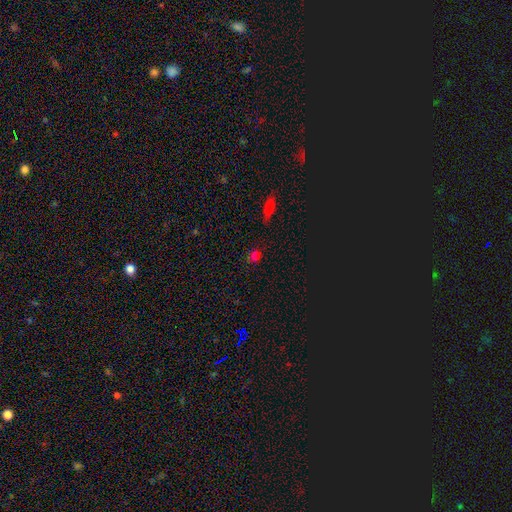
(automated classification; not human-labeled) Smooth or featured: smooth — 60% (star or artifact — 34%)
How rounded: round — 54% (in between — 43%)
Merging: none — 74% (minor disturbance — 15%)